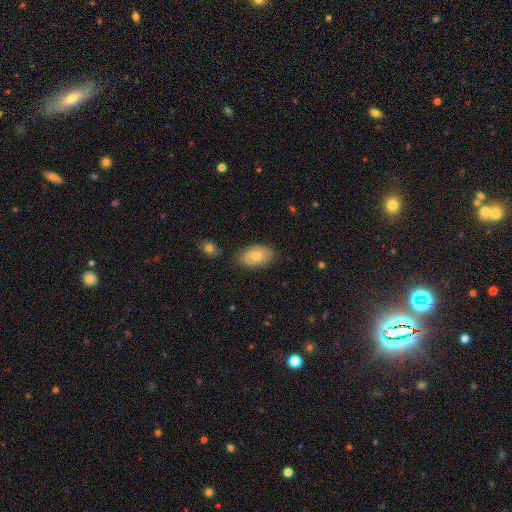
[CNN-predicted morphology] type=smooth (66%); roundness=in between (92%); merging=none (79%).